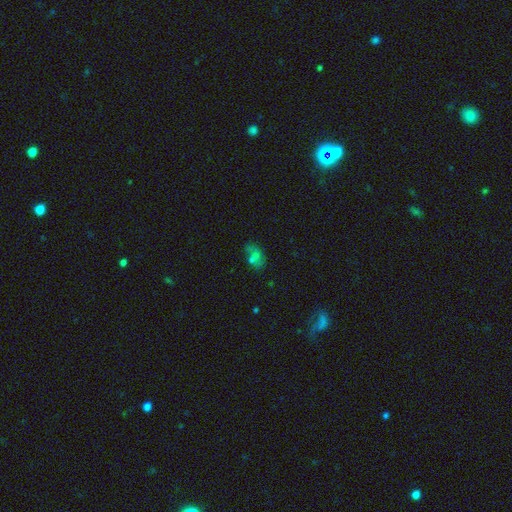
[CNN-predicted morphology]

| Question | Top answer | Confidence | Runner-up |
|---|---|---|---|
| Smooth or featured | smooth | 43% | featured or disk (30%) |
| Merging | none | 49% | minor disturbance (19%) |